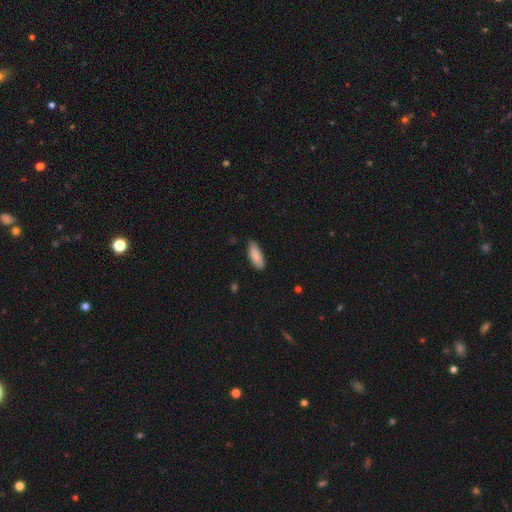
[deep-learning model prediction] A smooth galaxy with no disk features (88%) that is in between round and cigar-shaped (77%).

Vote fractions:
- Smooth or featured? smooth: 88% / featured or disk: 6% / star or artifact: 6%
- How rounded? in between: 77% / cigar-shaped: 22% / round: 2%
- Merging? none: 78% / minor disturbance: 19% / major disturbance: 2% / merger: 1%